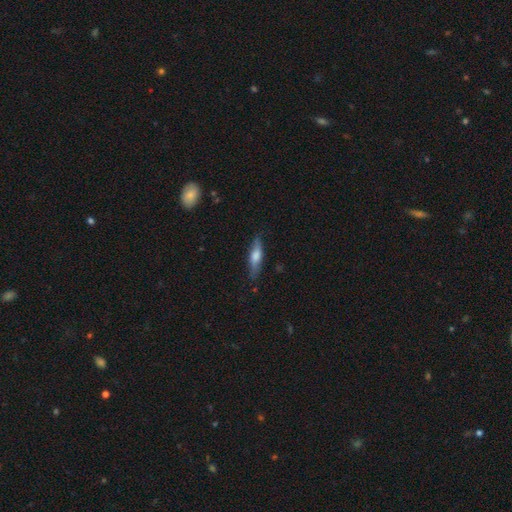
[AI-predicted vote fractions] Q: Smooth or featured?
A: smooth (49%); runner-up: featured or disk (45%)
Q: Merging?
A: none (82%); runner-up: minor disturbance (14%)